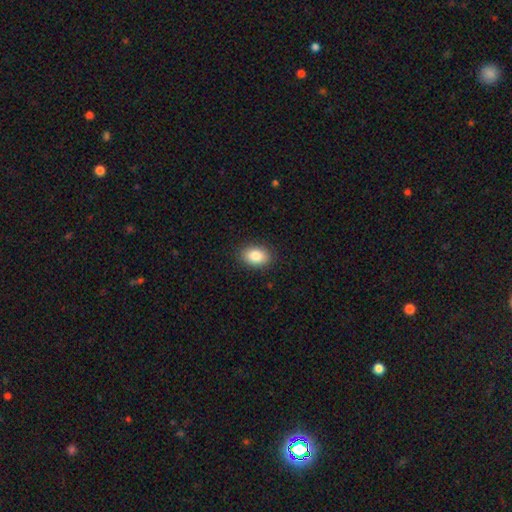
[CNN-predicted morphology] A smooth galaxy with no disk features (86%) that is in between round and cigar-shaped (84%). Merging: none (89%).